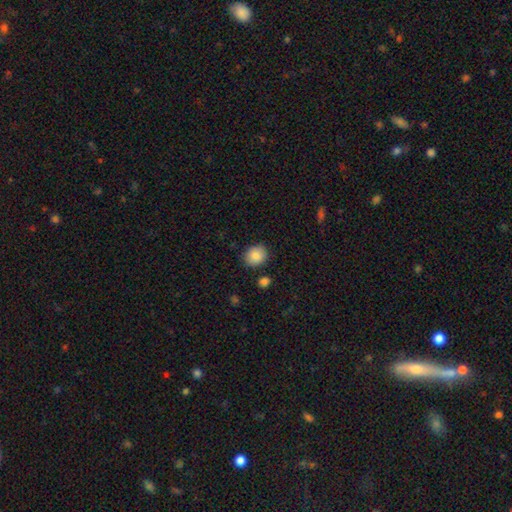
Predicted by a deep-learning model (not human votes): Smooth or featured?
  - smooth: 87% *
  - star or artifact: 8%
  - featured or disk: 5%
How rounded?
  - round: 70% *
  - in between: 29%
  - cigar-shaped: 1%
Merging?
  - none: 85% *
  - minor disturbance: 10%
  - merger: 3%
  - major disturbance: 3%